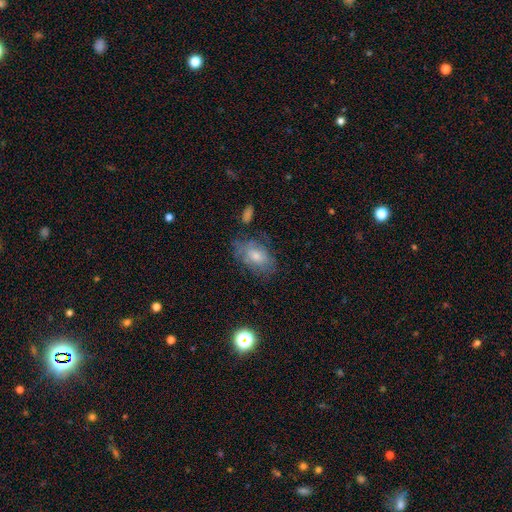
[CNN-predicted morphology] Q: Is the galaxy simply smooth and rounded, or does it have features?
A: smooth — 49%.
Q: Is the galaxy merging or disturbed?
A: none — 65%.